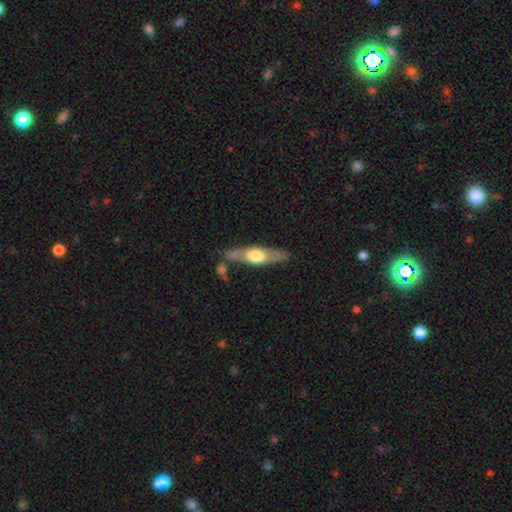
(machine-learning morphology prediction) Smooth or featured?
  - featured or disk: 55% *
  - smooth: 40%
  - star or artifact: 5%
Edge-on disk?
  - yes: 77% *
  - no: 23%
Merging?
  - none: 66% *
  - minor disturbance: 16%
  - merger: 12%
  - major disturbance: 5%